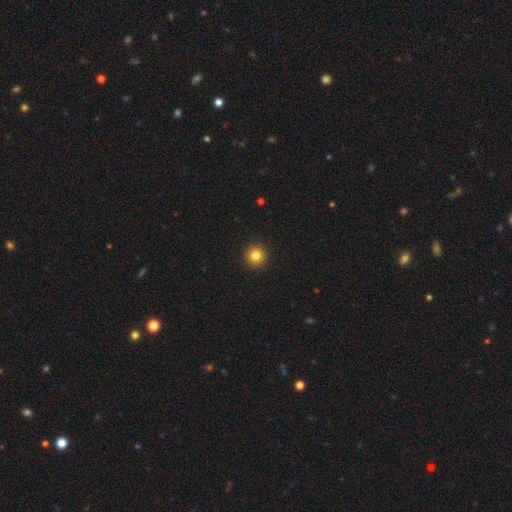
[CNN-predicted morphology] A smooth galaxy with no disk features (83%) that is round (96%). Merging: none (93%).